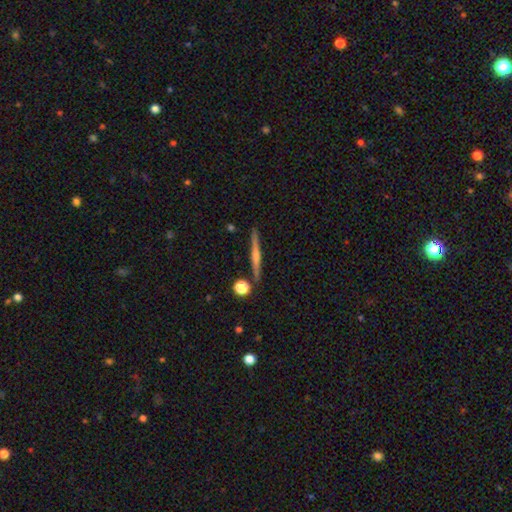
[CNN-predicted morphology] type=featured or disk (62%); edge-on=yes (98%); edge-on bulge=rounded (66%); merging=none (89%).